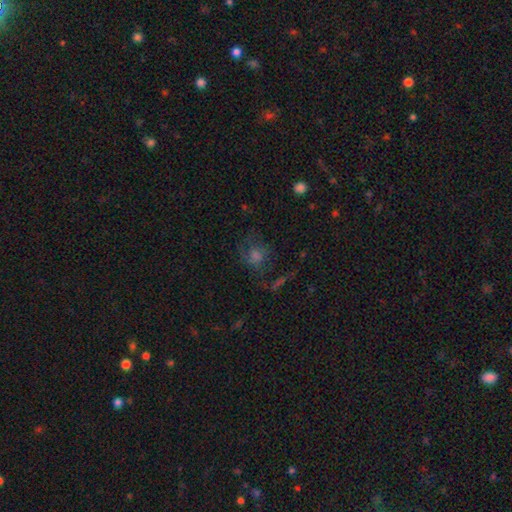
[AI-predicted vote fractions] This is marginally a smooth galaxy (43%). Merging: possibly none (58%).